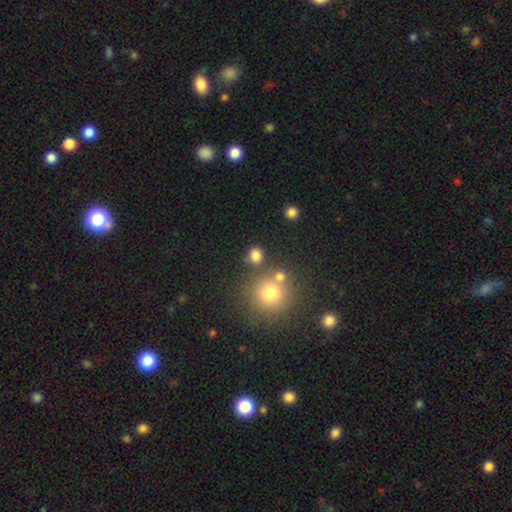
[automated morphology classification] Q: Smooth or featured?
A: smooth (79%); runner-up: star or artifact (16%)
Q: How rounded?
A: round (78%); runner-up: in between (20%)
Q: Merging?
A: none (76%); runner-up: minor disturbance (10%)